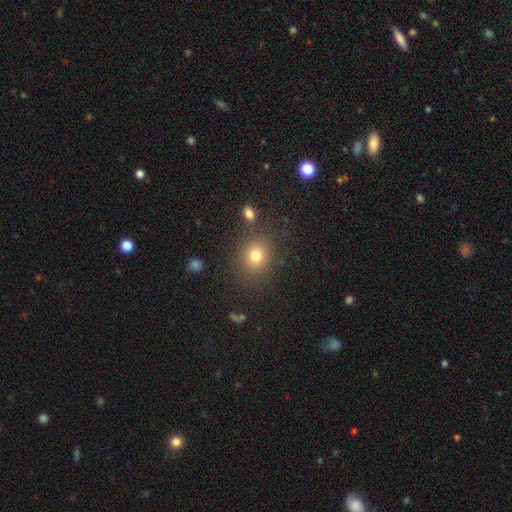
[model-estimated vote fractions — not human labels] Smooth or featured? Predicted: smooth (p=0.78). How rounded? Predicted: round (p=0.71). Merging? Predicted: none (p=0.82).